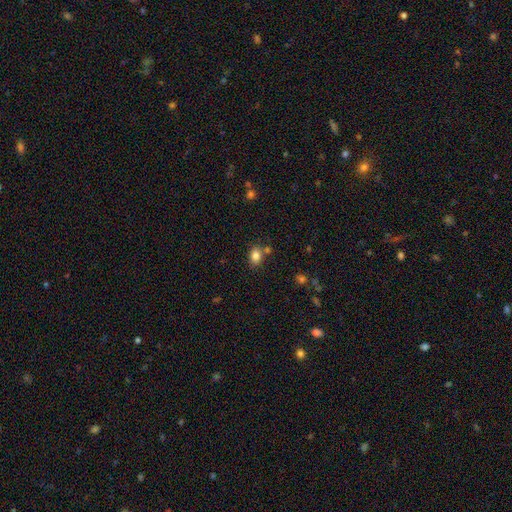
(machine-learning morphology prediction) Overall: smooth (83%). How rounded: in between (64%; round 35%). Merging: none (72%).